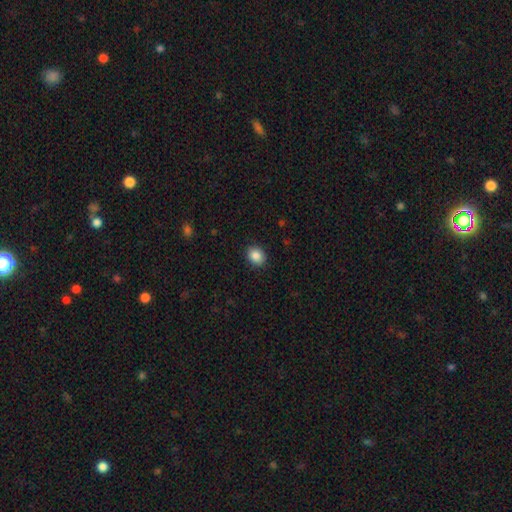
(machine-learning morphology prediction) smooth_or_featured: smooth (p=0.88) [alt: star or artifact p=0.09]
how_rounded: round (p=0.54) [alt: in between p=0.45]
merging: none (p=0.88) [alt: minor disturbance p=0.08]